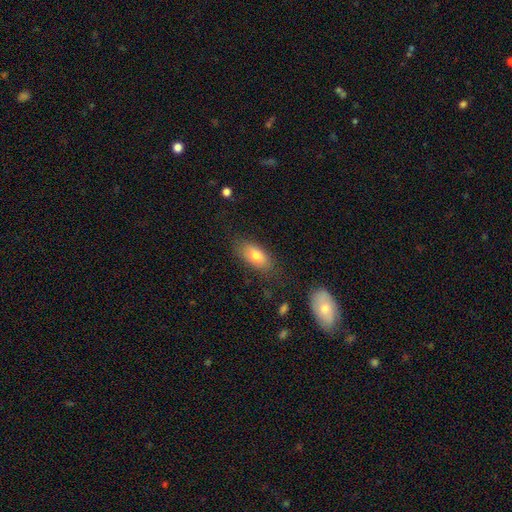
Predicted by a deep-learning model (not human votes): Overall: smooth (76%). How rounded: in between (88%). Merging: none (78%).